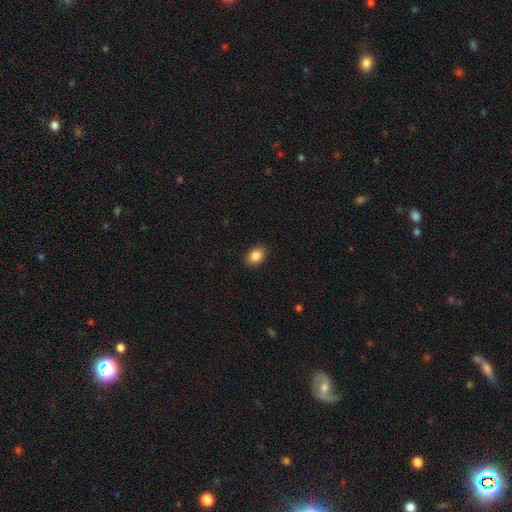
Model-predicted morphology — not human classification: Overall: smooth (88%). How rounded: in between (77%). Merging: none (89%).